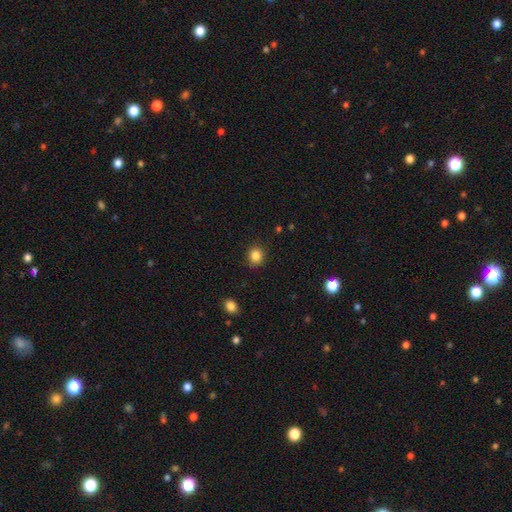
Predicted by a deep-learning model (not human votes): A smooth galaxy with no disk features (85%) that is round (82%).

Vote fractions:
- Smooth or featured? smooth: 85% / star or artifact: 11% / featured or disk: 4%
- How rounded? round: 82% / in between: 17% / cigar-shaped: 1%
- Merging? none: 90% / minor disturbance: 7% / major disturbance: 2% / merger: 1%